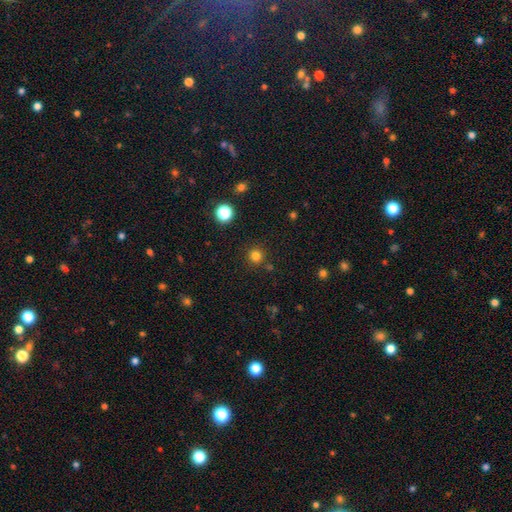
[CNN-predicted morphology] Smooth or featured? smooth (80%)
How rounded? round (93%)
Merging? none (87%)